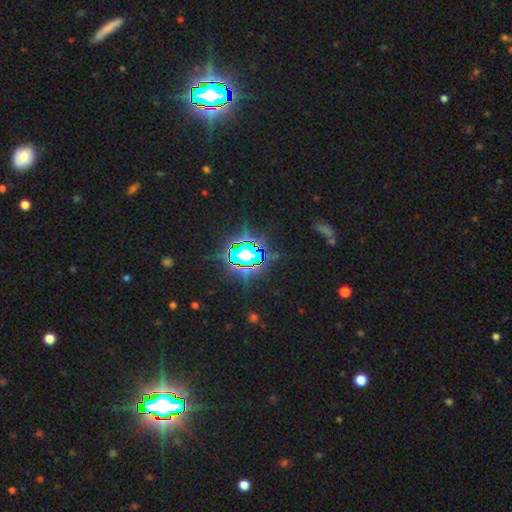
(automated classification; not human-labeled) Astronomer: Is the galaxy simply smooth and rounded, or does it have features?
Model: star or artifact — 82%.